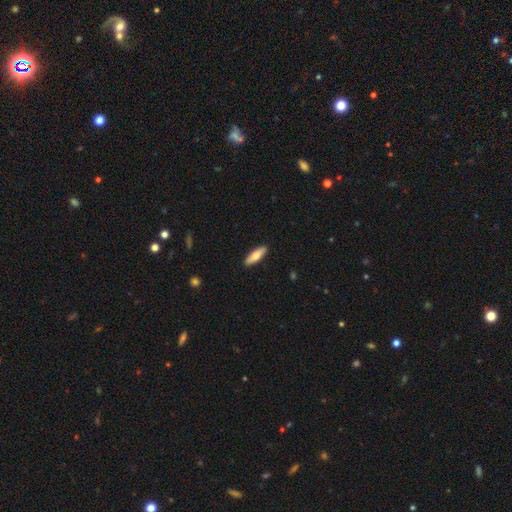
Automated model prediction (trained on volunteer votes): Q: Smooth or featured?
A: smooth (71%); runner-up: featured or disk (23%)
Q: How rounded?
A: cigar-shaped (55%); runner-up: in between (43%)
Q: Merging?
A: none (90%); runner-up: minor disturbance (7%)